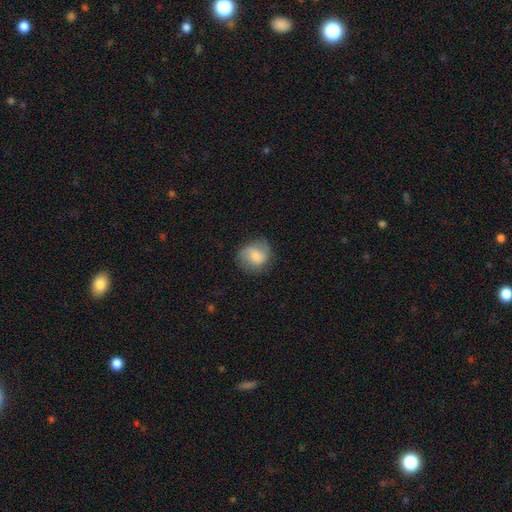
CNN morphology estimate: A smooth galaxy with no disk features (64%) that is round (79%).

Vote fractions:
- Smooth or featured? smooth: 64% / featured or disk: 29% / star or artifact: 8%
- How rounded? round: 79% / in between: 20% / cigar-shaped: 1%
- Merging? none: 72% / minor disturbance: 20% / major disturbance: 7% / merger: 1%